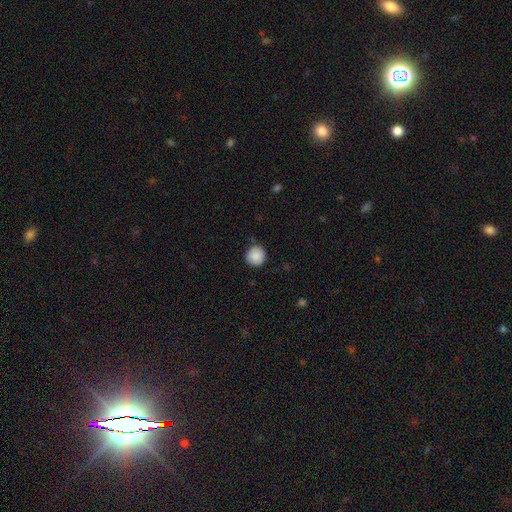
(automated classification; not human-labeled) Smooth or featured? Predicted: smooth (p=0.88). How rounded? Predicted: round (p=0.95). Merging? Predicted: none (p=0.89).